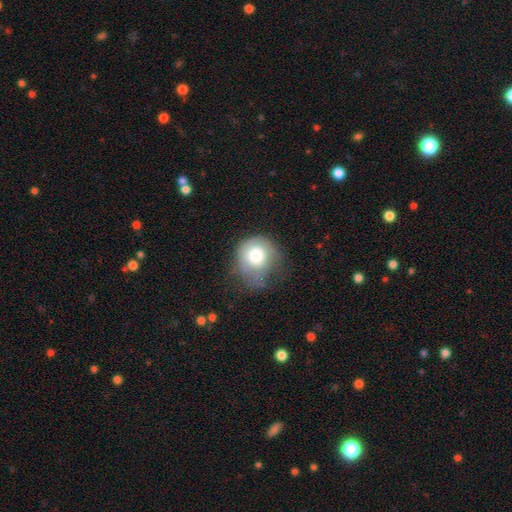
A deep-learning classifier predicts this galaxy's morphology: A smooth galaxy with no disk features (70%) that is round (77%).

Vote fractions:
- Smooth or featured? smooth: 70% / featured or disk: 21% / star or artifact: 9%
- How rounded? round: 77% / in between: 22% / cigar-shaped: 1%
- Merging? minor disturbance: 36% / none: 32% / major disturbance: 29% / merger: 2%